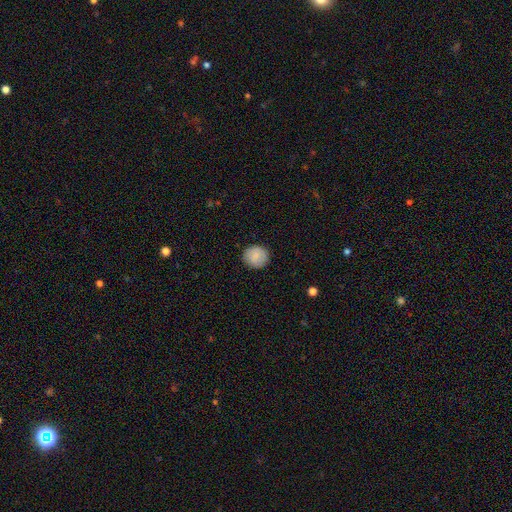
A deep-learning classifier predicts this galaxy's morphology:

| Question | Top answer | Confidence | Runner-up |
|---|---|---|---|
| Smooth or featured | smooth | 84% | featured or disk (9%) |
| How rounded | round | 90% | in between (9%) |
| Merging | none | 89% | minor disturbance (8%) |